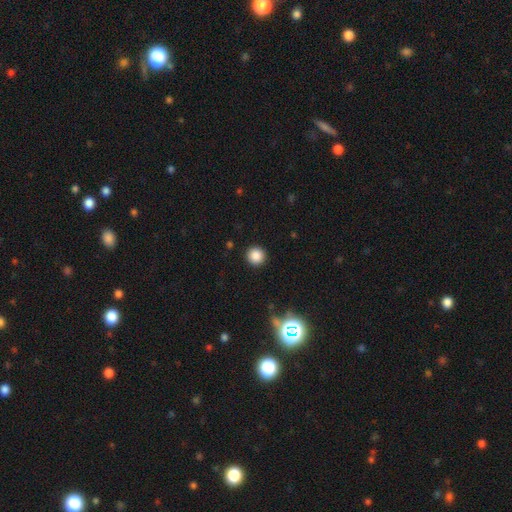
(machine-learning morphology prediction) Smooth or featured? Predicted: smooth (p=0.86). How rounded? Predicted: round (p=0.94). Merging? Predicted: none (p=0.92).